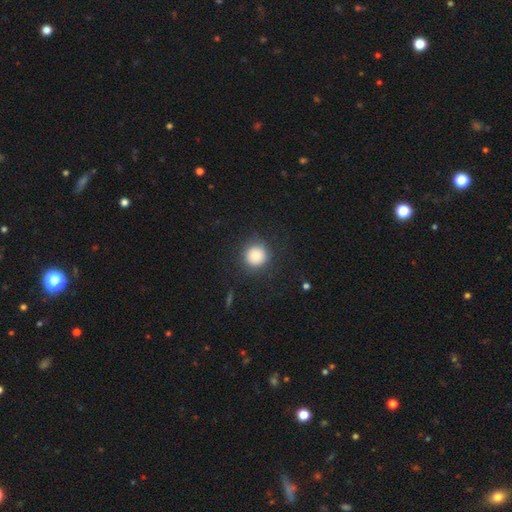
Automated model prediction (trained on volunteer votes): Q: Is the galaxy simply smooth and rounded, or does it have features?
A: smooth — 84%.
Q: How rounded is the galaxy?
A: round — 93%.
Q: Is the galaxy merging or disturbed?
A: none — 84%.